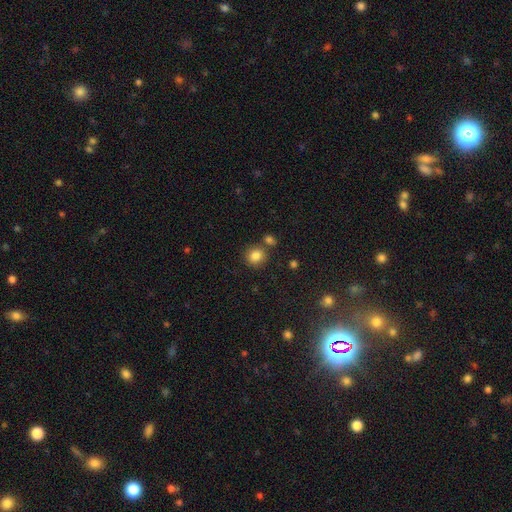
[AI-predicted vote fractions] The model was most divided on "merging": none: 73%, merger: 15%, minor disturbance: 9%, major disturbance: 3%. More confident: smooth or featured — smooth (84%); how rounded — round (83%).